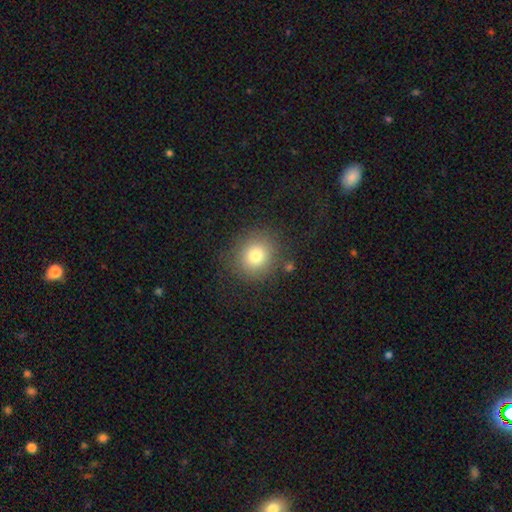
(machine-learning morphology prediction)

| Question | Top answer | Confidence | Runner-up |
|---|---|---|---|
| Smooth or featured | smooth | 77% | star or artifact (13%) |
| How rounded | round | 84% | in between (15%) |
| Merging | none | 83% | minor disturbance (10%) |